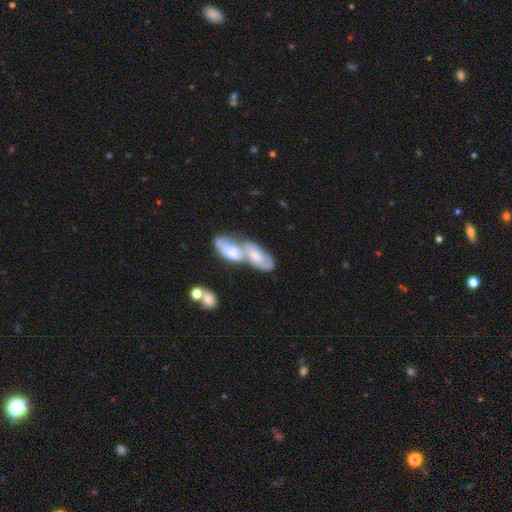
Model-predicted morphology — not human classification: This appears to be a smooth galaxy with no disk features (51%) that is in between round and cigar-shaped (86%). Merging: merger (76%).